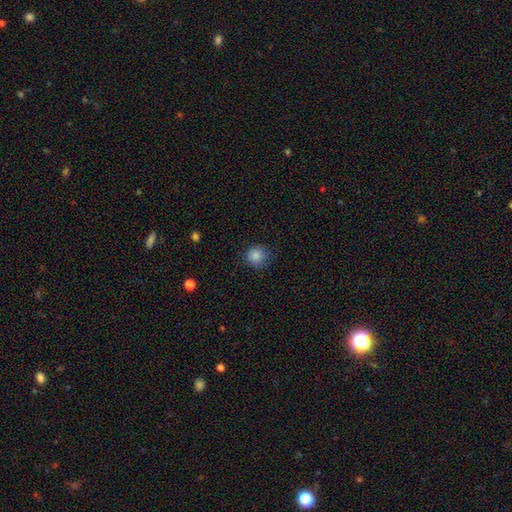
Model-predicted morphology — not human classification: This appears to be a smooth galaxy with no disk features (85%) that is round (90%). Merging: none (79%).